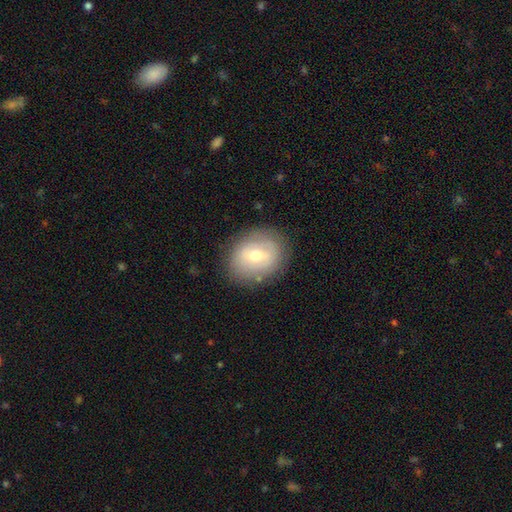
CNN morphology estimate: Q: Smooth or featured?
A: smooth (46%); runner-up: featured or disk (45%)
Q: Merging?
A: none (80%); runner-up: minor disturbance (13%)